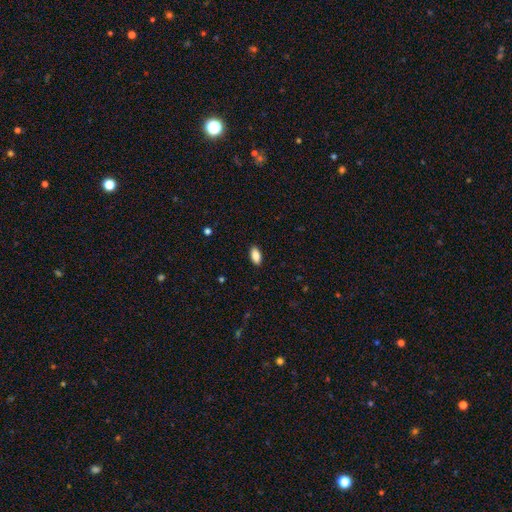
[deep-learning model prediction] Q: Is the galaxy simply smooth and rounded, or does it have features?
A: smooth — 87%.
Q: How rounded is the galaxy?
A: in between — 91%.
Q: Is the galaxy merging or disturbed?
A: none — 89%.